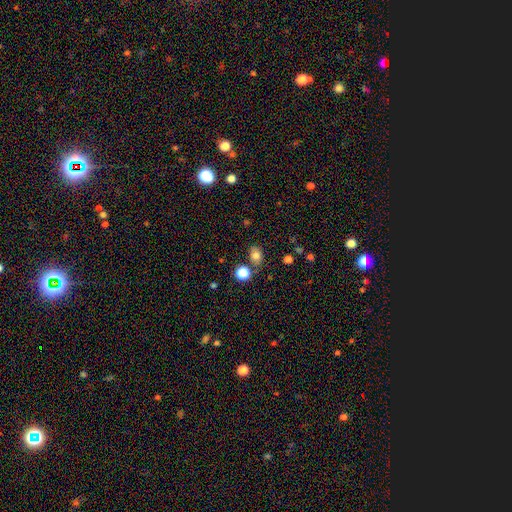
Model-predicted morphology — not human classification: This is likely a smooth galaxy (77%). How rounded: possibly in between (56%). Merging: likely none (70%).